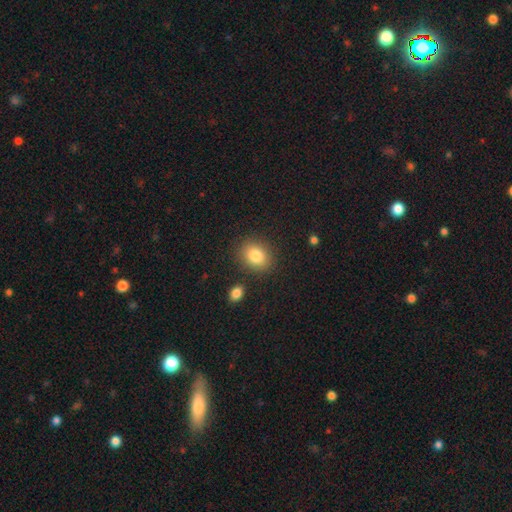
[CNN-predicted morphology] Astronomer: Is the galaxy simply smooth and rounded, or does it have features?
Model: smooth — 83%.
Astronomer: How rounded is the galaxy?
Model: in between — 51% (runner-up: round, 48%).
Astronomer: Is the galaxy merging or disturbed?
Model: none — 84%.